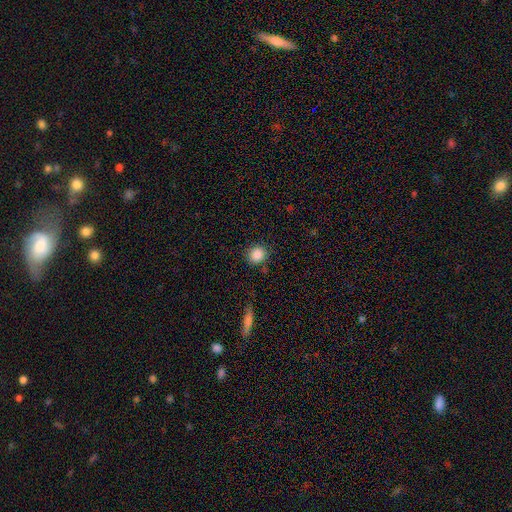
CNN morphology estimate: type=smooth (86%); roundness=round (82%); merging=none (84%).